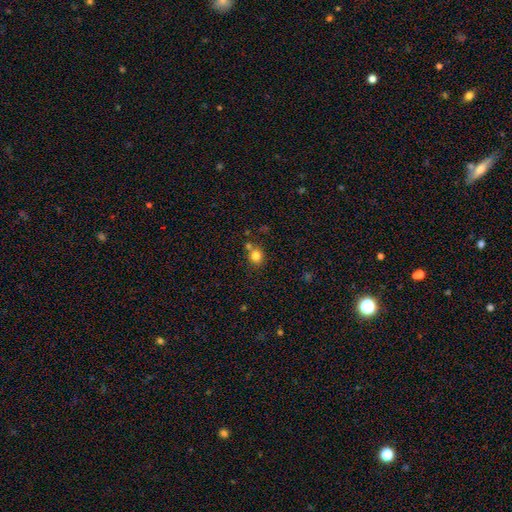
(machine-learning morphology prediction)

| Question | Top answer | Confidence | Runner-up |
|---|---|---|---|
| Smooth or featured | smooth | 81% | star or artifact (12%) |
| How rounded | round | 84% | in between (15%) |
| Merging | none | 67% | merger (20%) |